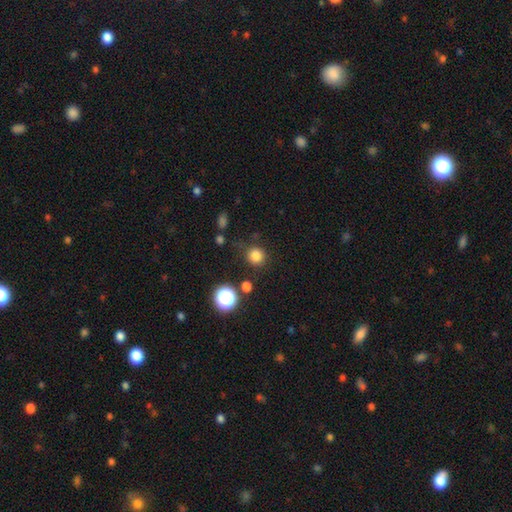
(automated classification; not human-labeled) Q: Smooth or featured?
A: smooth (81%); runner-up: star or artifact (15%)
Q: How rounded?
A: round (93%); runner-up: in between (6%)
Q: Merging?
A: none (84%); runner-up: minor disturbance (9%)